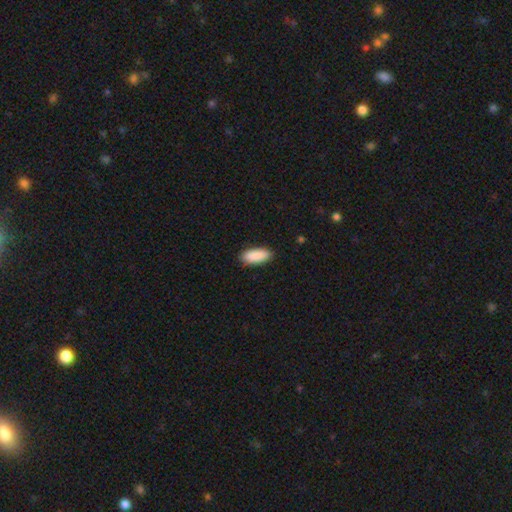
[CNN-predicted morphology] A smooth galaxy with no disk features (91%) that is in between round and cigar-shaped (84%).

Vote fractions:
- Smooth or featured? smooth: 91% / star or artifact: 6% / featured or disk: 4%
- How rounded? in between: 84% / cigar-shaped: 15% / round: 2%
- Merging? none: 88% / minor disturbance: 9% / major disturbance: 2% / merger: 1%